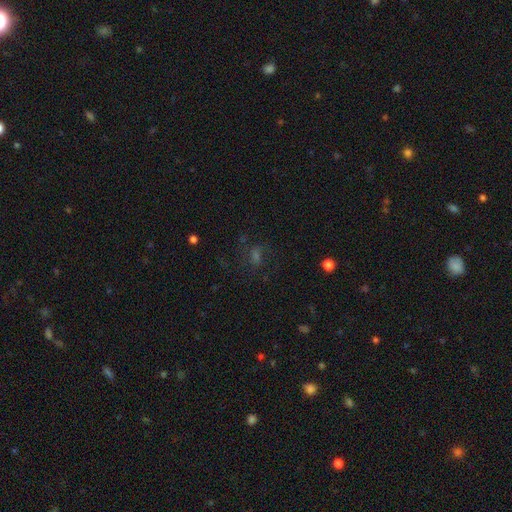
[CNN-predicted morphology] Overall: star or artifact (37%; smooth 35%).